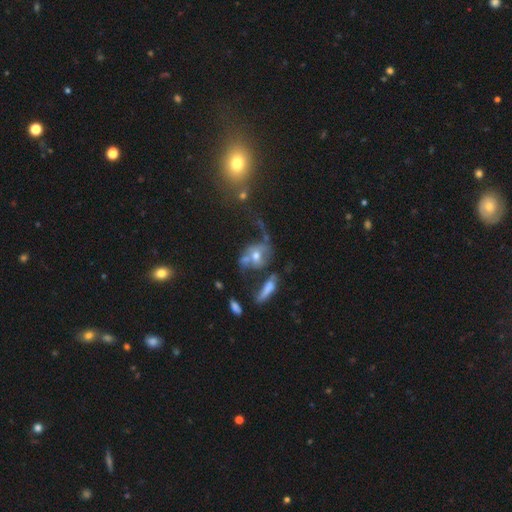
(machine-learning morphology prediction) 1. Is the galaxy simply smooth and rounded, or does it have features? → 51% featured or disk, 34% smooth, 14% star or artifact.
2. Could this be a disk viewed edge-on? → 92% no, 8% yes.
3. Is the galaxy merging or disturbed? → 30% none, 29% merger, 25% major disturbance, 16% minor disturbance.